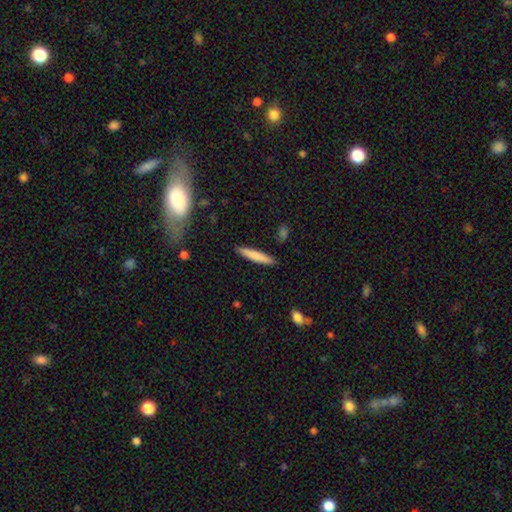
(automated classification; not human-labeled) Morphology: type=smooth (78%); roundness=cigar-shaped (91%); merging=none (90%).